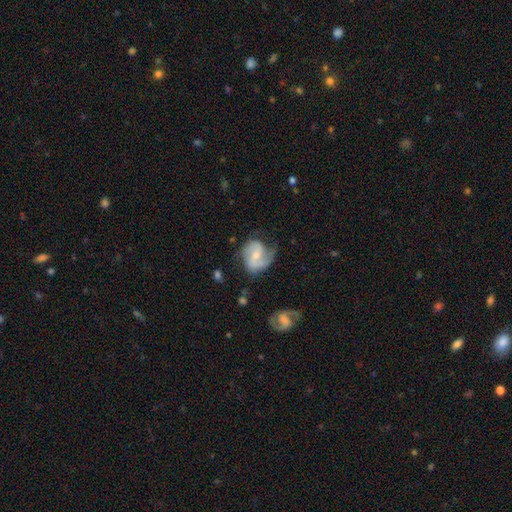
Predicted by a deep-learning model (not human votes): A featured or disk galaxy (73%) with a weak bar (45%), 2 (70%) medium (45%) spiral arms (91%) and a small central bulge (49%).

Vote fractions:
- Smooth or featured? featured or disk: 73% / smooth: 21% / star or artifact: 6%
- Edge-on disk? no: 97% / yes: 3%
- Bar? weak: 45% / no: 40% / strong: 15%
- Spiral arms? yes: 91% / no: 9%
- Spiral winding? medium: 45% / loose: 30% / tight: 25%
- Spiral arm count? 2: 70% / 1: 16% / can't tell: 9% / 3: 3% / 4: 1% / more than 4: 1%
- Bulge size? small: 49% / moderate: 45% / none: 4% / large: 2% / dominant: 1%
- Merging? none: 53% / minor disturbance: 28% / major disturbance: 16% / merger: 3%